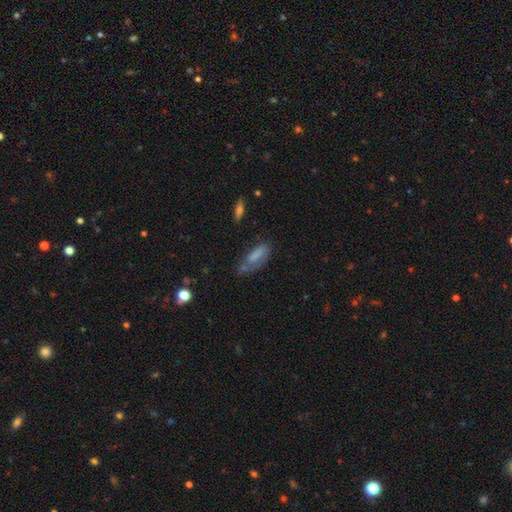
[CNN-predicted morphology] Q: Smooth or featured?
A: smooth (64%); runner-up: featured or disk (25%)
Q: How rounded?
A: in between (65%); runner-up: cigar-shaped (33%)
Q: Merging?
A: none (43%); runner-up: minor disturbance (30%)